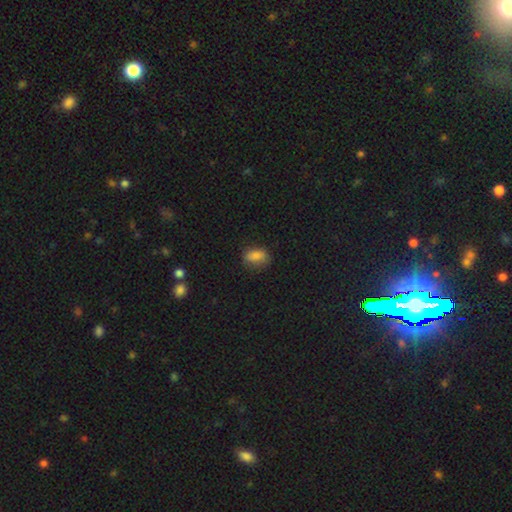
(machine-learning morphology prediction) smooth-or-featured: smooth: 83% | star or artifact: 10% | featured or disk: 7%
  how-rounded: in between: 82% | round: 14% | cigar-shaped: 4%
  merging: none: 72% | minor disturbance: 21% | major disturbance: 5% | merger: 1%